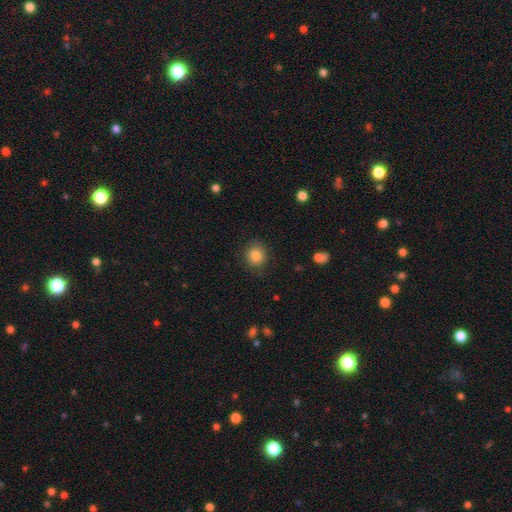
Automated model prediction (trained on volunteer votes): Overall: smooth (85%). How rounded: round (88%). Merging: none (87%).